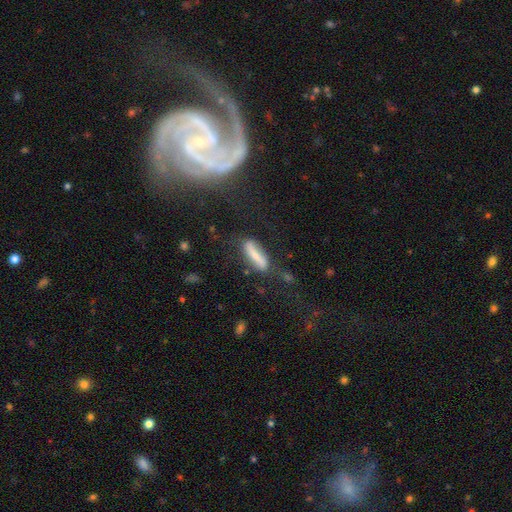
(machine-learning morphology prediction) Smooth or featured? smooth (57%)
How rounded? cigar-shaped (66%)
Merging? none (67%)